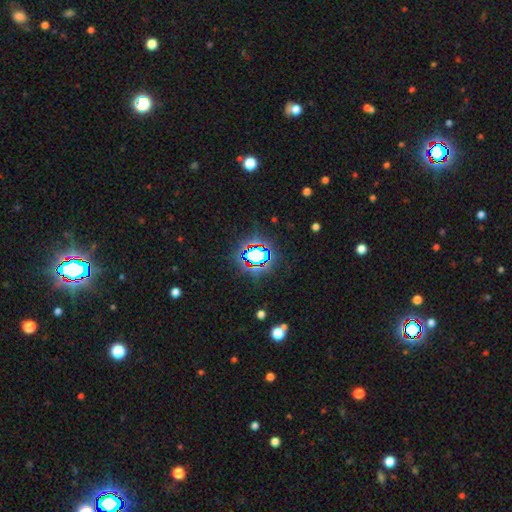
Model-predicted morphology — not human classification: This appears to be a star or artifact, not a galaxy (68%).